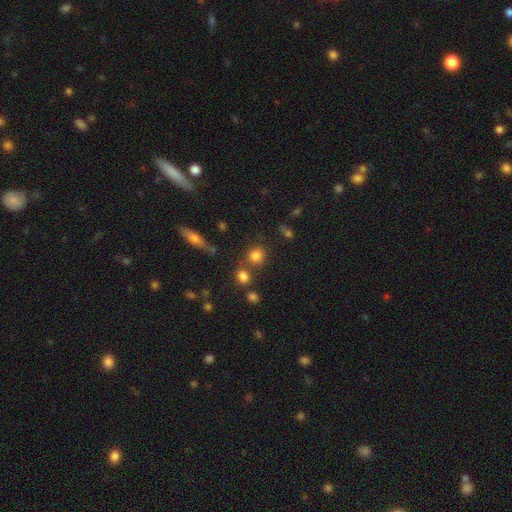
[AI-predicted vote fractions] Smooth or featured: smooth — 79% (star or artifact — 14%)
How rounded: round — 81% (in between — 18%)
Merging: none — 68% (merger — 17%)